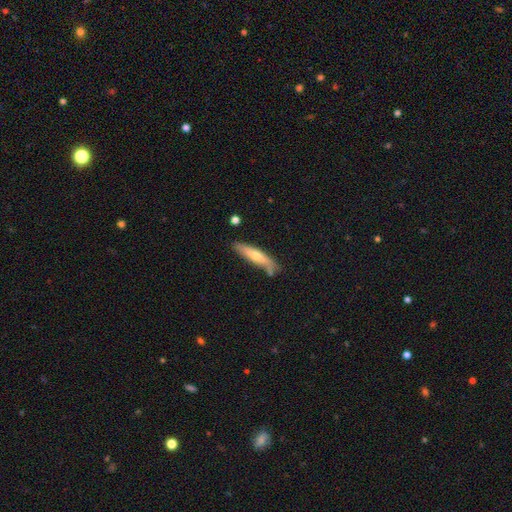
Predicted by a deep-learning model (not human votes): smooth 54%, featured or disk 40%, star or artifact 6%. Down the decision tree: how rounded — cigar-shaped (85%); merging — none (71%).